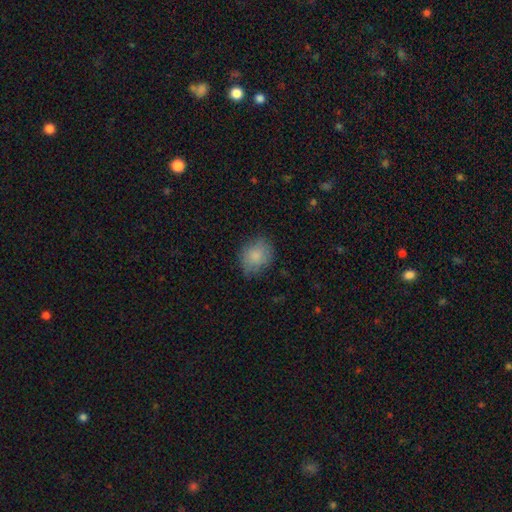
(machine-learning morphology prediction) This appears to be a smooth galaxy with no disk features (83%) that is round (54%). Merging: none (69%).